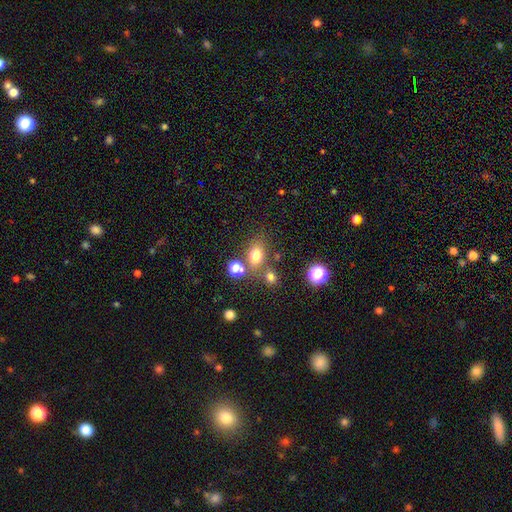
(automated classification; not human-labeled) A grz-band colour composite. It shows a smooth galaxy with no disk features (73%) that is in between round and cigar-shaped (67%). Merging: none (63%).